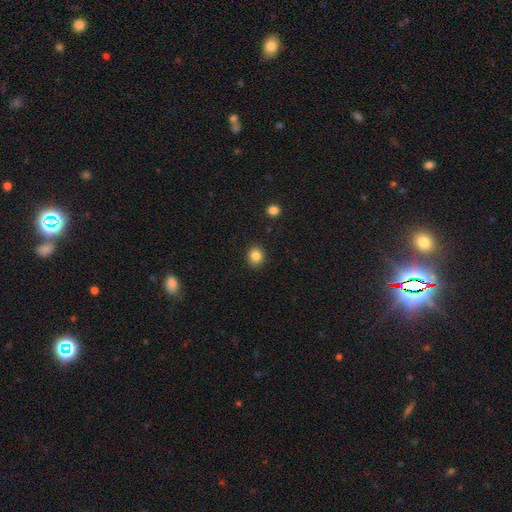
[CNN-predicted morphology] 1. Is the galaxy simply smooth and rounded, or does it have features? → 85% smooth, 11% star or artifact, 5% featured or disk.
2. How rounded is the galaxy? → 75% round, 24% in between, 1% cigar-shaped.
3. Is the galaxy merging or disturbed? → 90% none, 7% minor disturbance, 2% major disturbance, 1% merger.